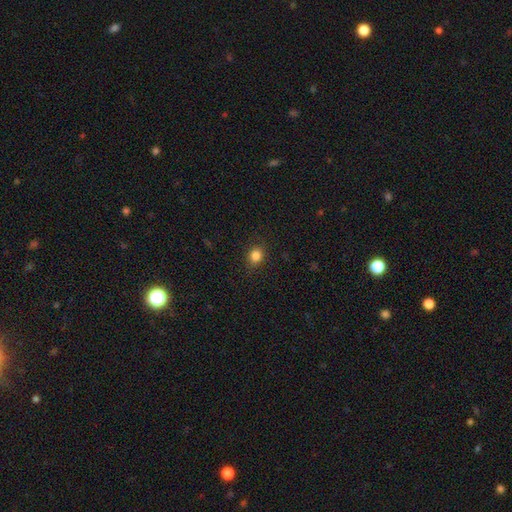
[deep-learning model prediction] Morphology: type=smooth (84%); roundness=round (71%); merging=none (88%).